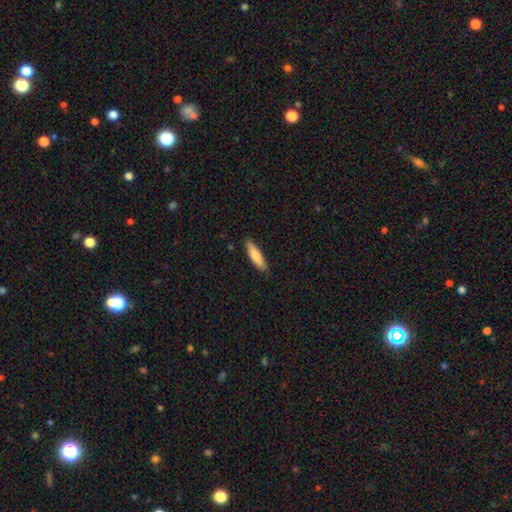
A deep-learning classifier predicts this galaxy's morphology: Smooth or featured? Predicted: smooth (p=0.81). How rounded? Predicted: cigar-shaped (p=0.71). Merging? Predicted: none (p=0.87).